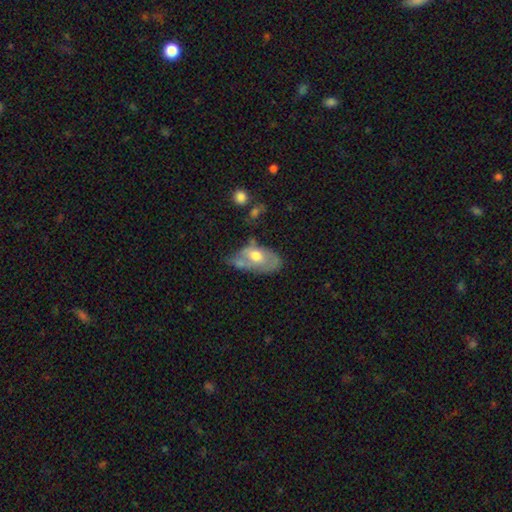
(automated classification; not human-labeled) This is possibly a featured or disk galaxy (48%). Merging: marginally minor disturbance (34%).